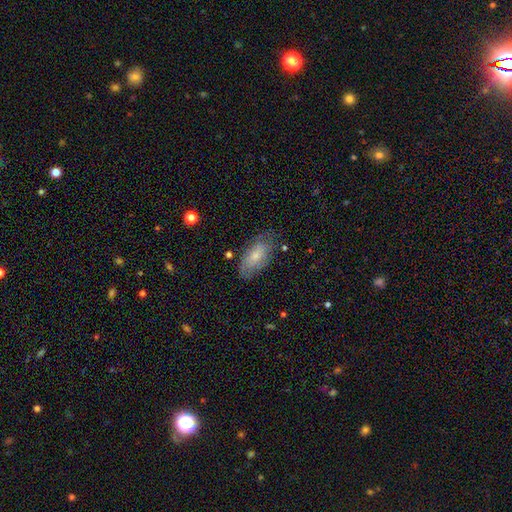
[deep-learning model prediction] Smooth or featured: smooth — 65% (featured or disk — 28%)
How rounded: in between — 89% (cigar-shaped — 8%)
Merging: none — 69% (minor disturbance — 22%)